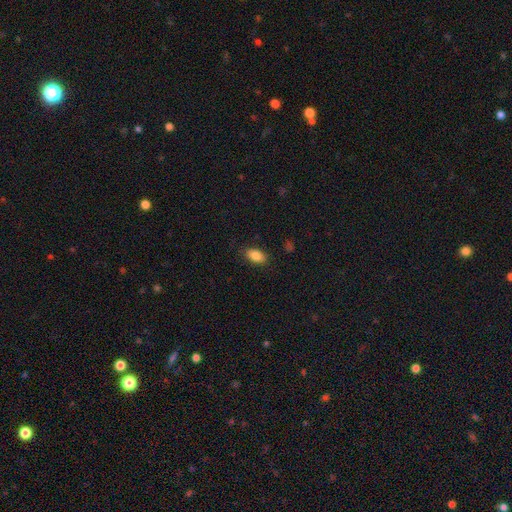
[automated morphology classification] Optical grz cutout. It shows a smooth galaxy with no disk features (85%) that is in between round and cigar-shaped (90%). Merging: none (86%).